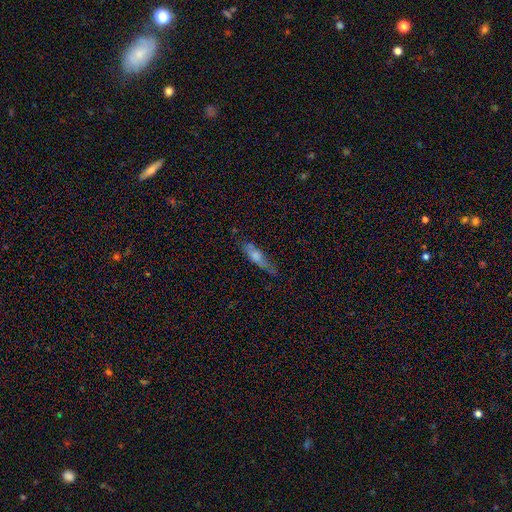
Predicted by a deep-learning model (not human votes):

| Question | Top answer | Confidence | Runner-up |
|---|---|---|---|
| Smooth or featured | smooth | 62% | featured or disk (30%) |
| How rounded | cigar-shaped | 63% | in between (35%) |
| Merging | none | 56% | minor disturbance (30%) |